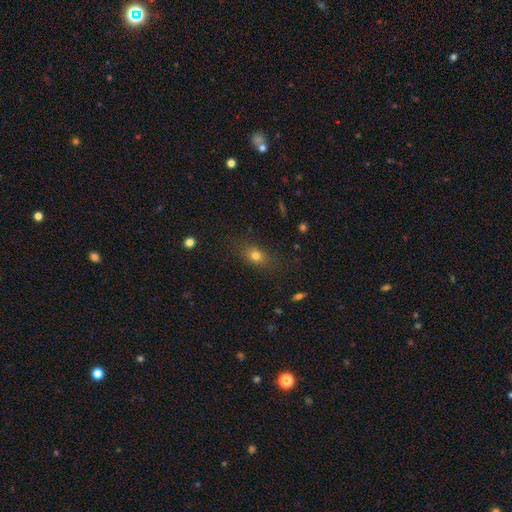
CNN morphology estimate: This appears to be a smooth galaxy with no disk features (75%) that is in between round and cigar-shaped (61%). Merging: none (78%).